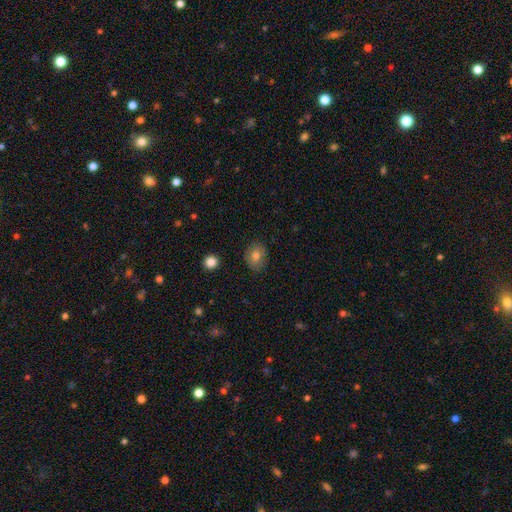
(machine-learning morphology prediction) Smooth or featured?
  - smooth: 79% *
  - featured or disk: 11%
  - star or artifact: 10%
How rounded?
  - in between: 50% *
  - round: 49%
  - cigar-shaped: 1%
Merging?
  - none: 84% *
  - minor disturbance: 12%
  - major disturbance: 3%
  - merger: 1%